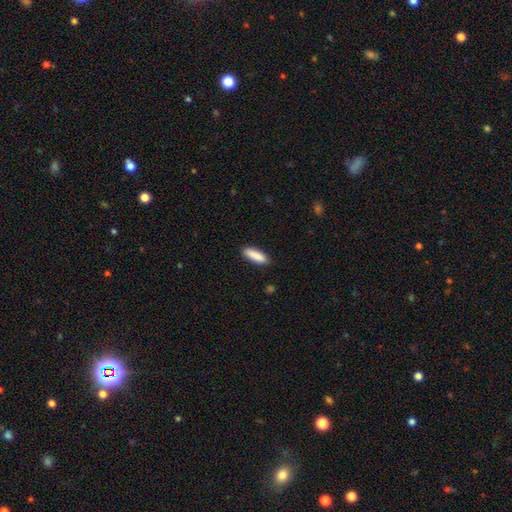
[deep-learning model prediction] Smooth or featured: smooth — 89% (star or artifact — 6%)
How rounded: cigar-shaped — 53% (in between — 45%)
Merging: none — 88% (minor disturbance — 9%)